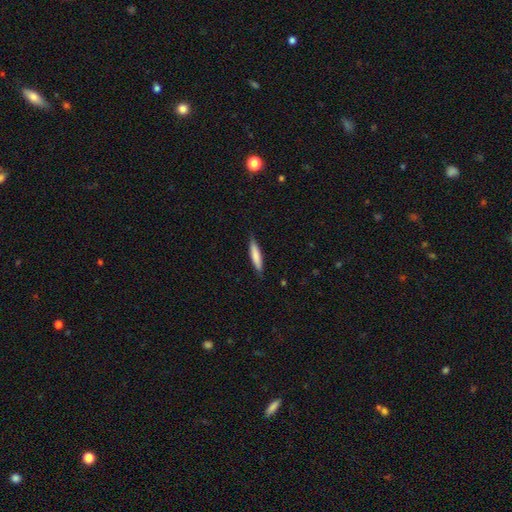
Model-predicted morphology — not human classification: Smooth or featured? smooth (77%)
How rounded? cigar-shaped (86%)
Merging? none (86%)